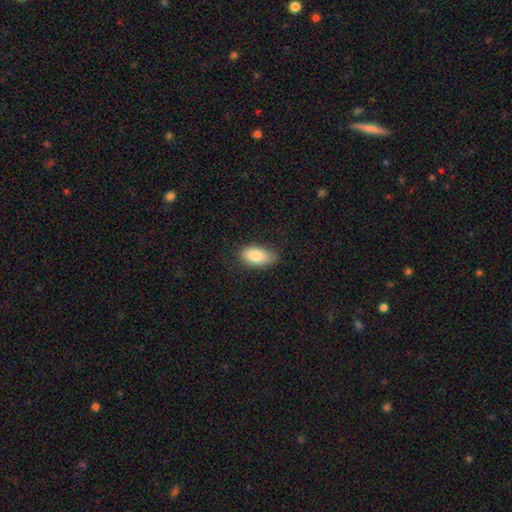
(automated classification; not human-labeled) The model was most divided on "merging": none: 74%, minor disturbance: 20%, major disturbance: 4%, merger: 1%. More confident: how rounded — in between (92%); smooth or featured — smooth (85%).